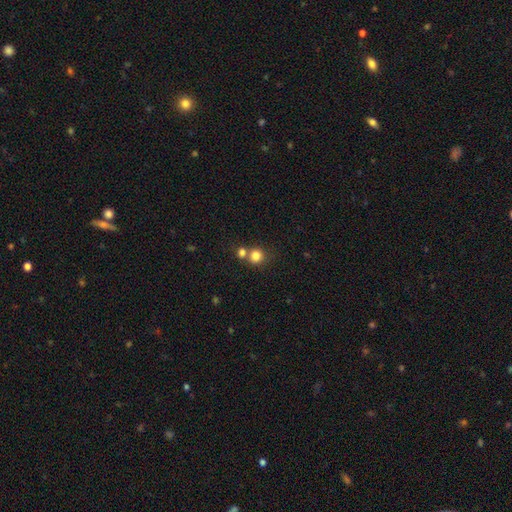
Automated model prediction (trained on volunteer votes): Smooth or featured: smooth — 81% (star or artifact — 12%)
How rounded: round — 86% (in between — 13%)
Merging: none — 54% (merger — 36%)